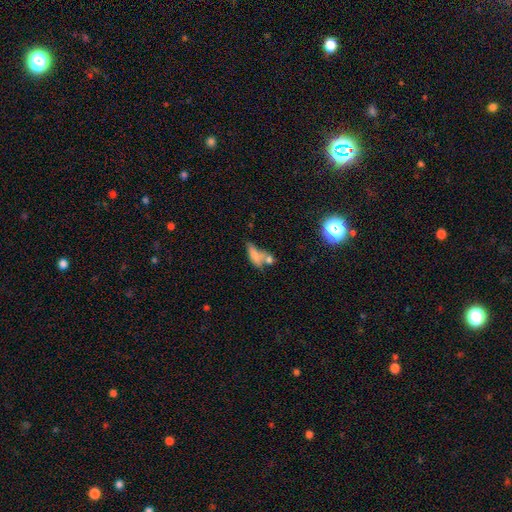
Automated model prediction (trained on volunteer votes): Q: Smooth or featured?
A: smooth (64%); runner-up: featured or disk (24%)
Q: How rounded?
A: in between (64%); runner-up: cigar-shaped (29%)
Q: Merging?
A: merger (45%); runner-up: none (26%)